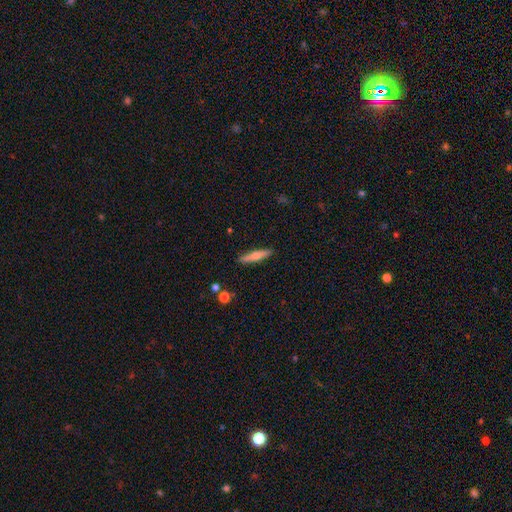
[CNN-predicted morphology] Smooth or featured? Predicted: smooth (p=0.60). How rounded? Predicted: cigar-shaped (p=0.88). Merging? Predicted: none (p=0.89).